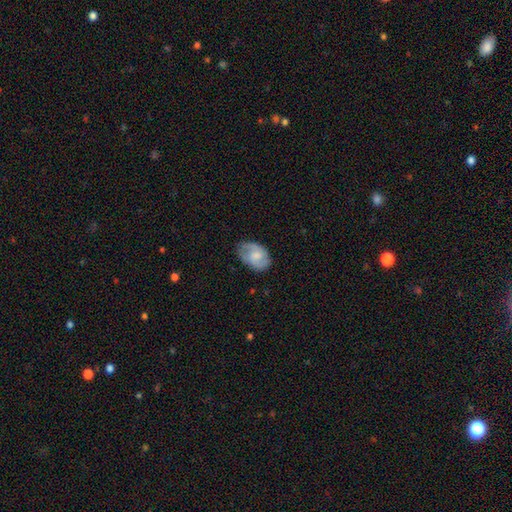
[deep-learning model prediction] Smooth or featured?
  - featured or disk: 53% *
  - smooth: 40%
  - star or artifact: 7%
Edge-on disk?
  - no: 97% *
  - yes: 3%
Bar?
  - no: 60% *
  - weak: 35%
  - strong: 5%
Spiral arms?
  - yes: 87% *
  - no: 13%
Bulge size?
  - small: 40% *
  - moderate: 39%
  - none: 14%
  - large: 6%
  - dominant: 1%
Merging?
  - none: 71% *
  - minor disturbance: 22%
  - major disturbance: 6%
  - merger: 1%